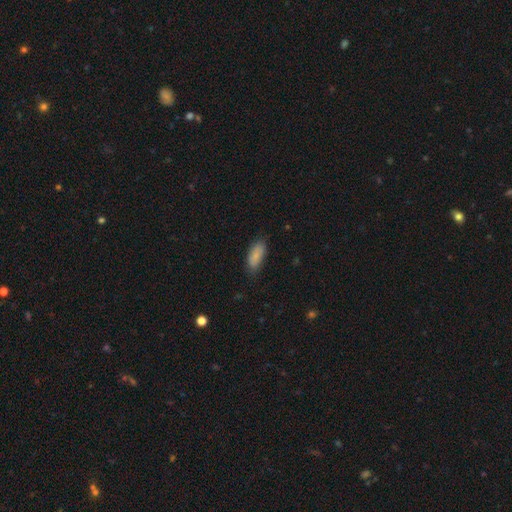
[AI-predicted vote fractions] Smooth or featured? smooth (85%)
How rounded? in between (81%)
Merging? none (78%)